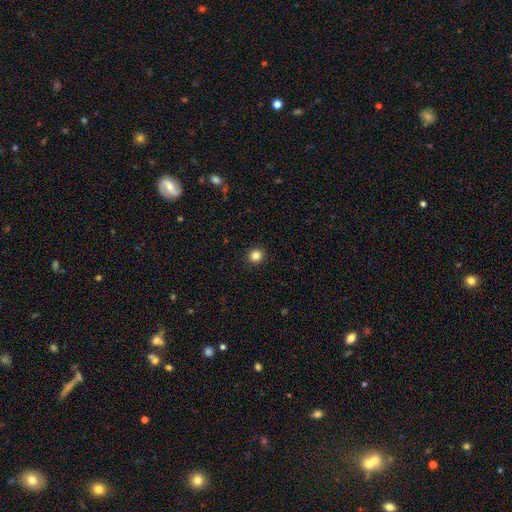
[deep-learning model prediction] smooth-or-featured: smooth: 84% | star or artifact: 12% | featured or disk: 4%
  how-rounded: round: 95% | in between: 4% | cigar-shaped: 1%
  merging: none: 93% | minor disturbance: 4% | major disturbance: 2% | merger: 1%